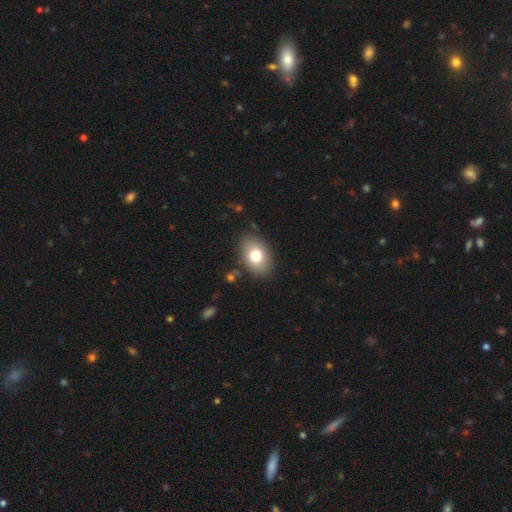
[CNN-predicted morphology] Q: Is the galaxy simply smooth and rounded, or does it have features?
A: smooth — 76%.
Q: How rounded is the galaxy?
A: in between — 79%.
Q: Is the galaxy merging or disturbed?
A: none — 84%.